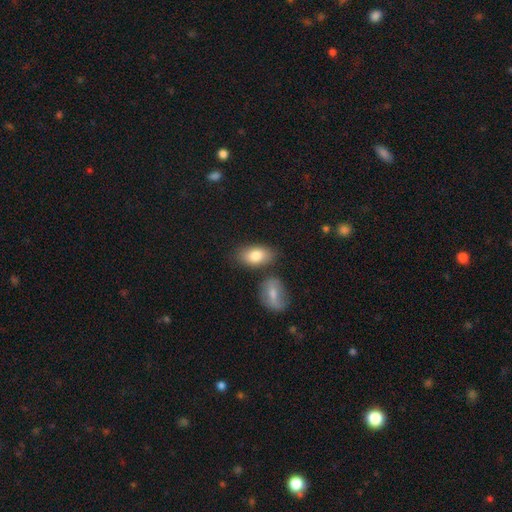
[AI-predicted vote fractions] A smooth galaxy with no disk features (81%) that is in between round and cigar-shaped (92%). Merging: none (71%).